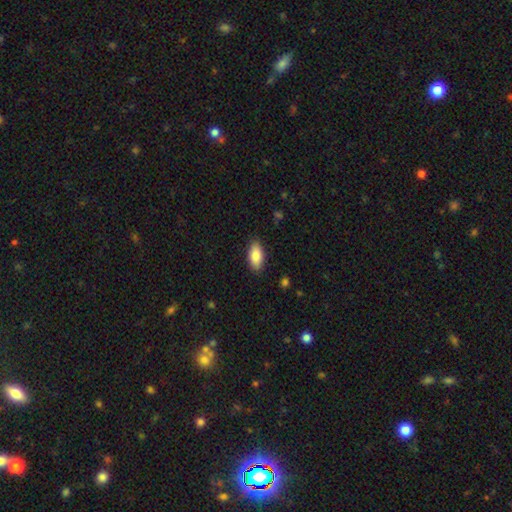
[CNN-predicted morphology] Smooth or featured?
  - smooth: 86% *
  - featured or disk: 7%
  - star or artifact: 6%
How rounded?
  - in between: 91% *
  - cigar-shaped: 7%
  - round: 2%
Merging?
  - none: 88% *
  - minor disturbance: 9%
  - major disturbance: 2%
  - merger: 1%